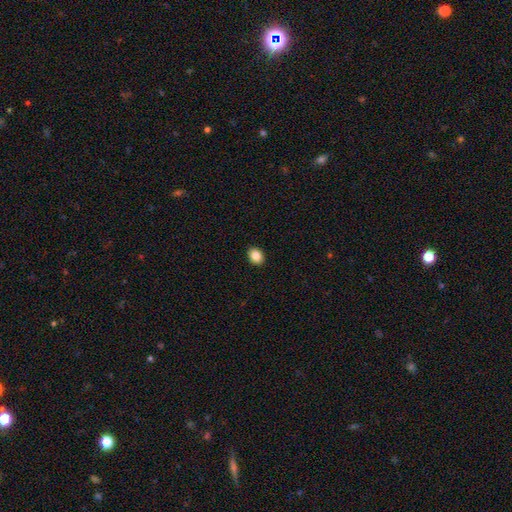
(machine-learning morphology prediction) type=smooth (86%); roundness=in between (58%); merging=none (92%).